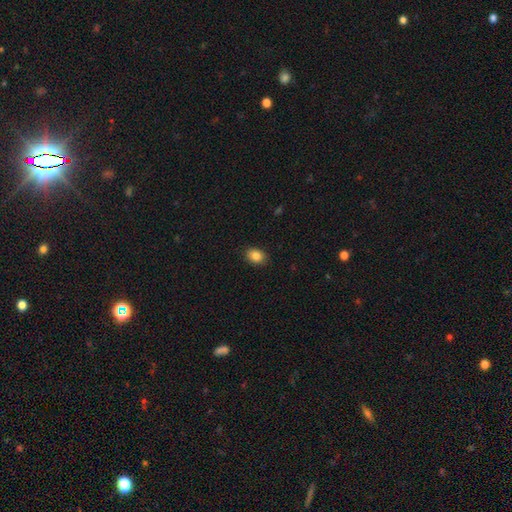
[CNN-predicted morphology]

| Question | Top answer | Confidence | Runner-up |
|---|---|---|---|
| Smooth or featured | smooth | 85% | star or artifact (9%) |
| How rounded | in between | 69% | round (30%) |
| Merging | none | 88% | minor disturbance (9%) |